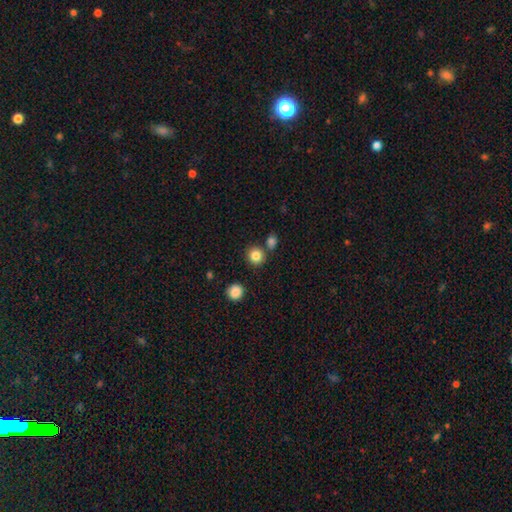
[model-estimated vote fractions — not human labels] Overall: smooth (84%). How rounded: round (89%). Merging: none (79%).